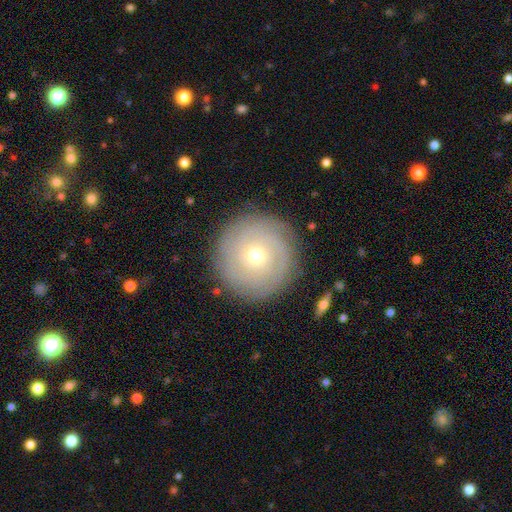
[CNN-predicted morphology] The model was most divided on "bulge size": small: 60%, moderate: 37%, large: 2%, dominant: 1%, none: 1%. Remaining: edge-on disk — no (97%); merging — none (87%); spiral arms — yes (85%); spiral winding — tight (82%); bar — no (77%); smooth or featured — featured or disk (65%); spiral arm count — can't tell (43%).